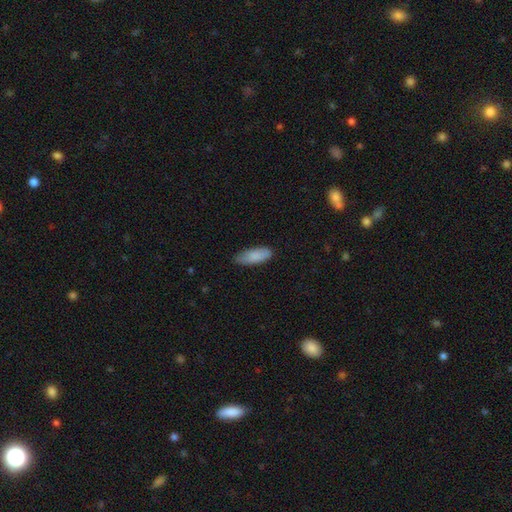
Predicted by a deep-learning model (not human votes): smooth_or_featured: smooth (p=0.87) [alt: featured or disk p=0.07]
how_rounded: in between (p=0.73) [alt: cigar-shaped p=0.26]
merging: none (p=0.75) [alt: minor disturbance p=0.21]